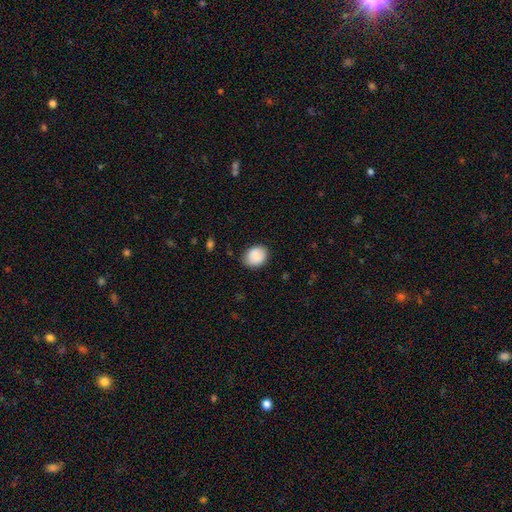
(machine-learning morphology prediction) Smooth or featured?
  - smooth: 87% *
  - star or artifact: 7%
  - featured or disk: 6%
How rounded?
  - round: 51% *
  - in between: 49%
  - cigar-shaped: 1%
Merging?
  - none: 81% *
  - minor disturbance: 15%
  - major disturbance: 3%
  - merger: 1%